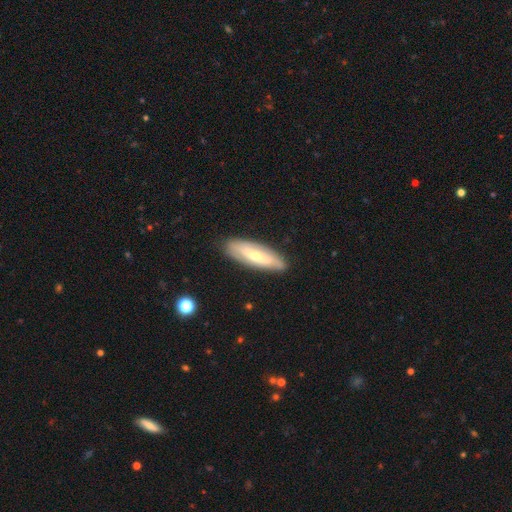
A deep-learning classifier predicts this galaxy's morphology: type=featured or disk (50%); edge-on=no (64%); merging=none (84%).